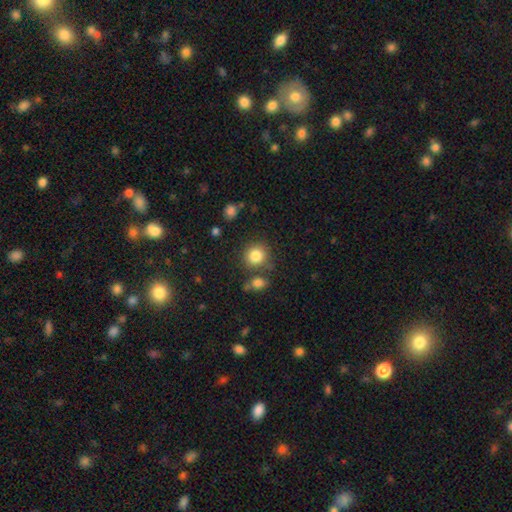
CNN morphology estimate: Smooth or featured? smooth (83%)
How rounded? round (88%)
Merging? none (75%)